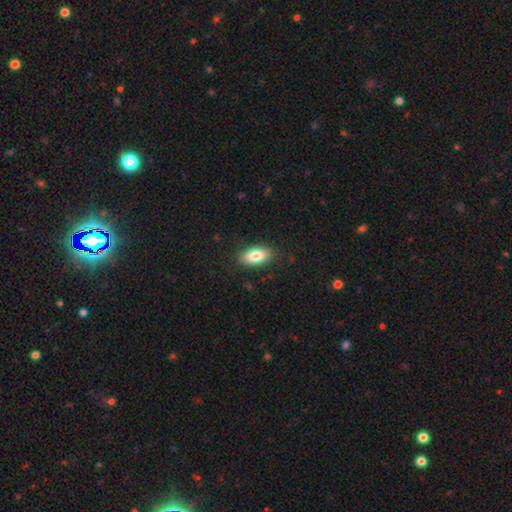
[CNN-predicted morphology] A smooth galaxy with no disk features (81%) that is in between round and cigar-shaped (90%). Merging: none (87%).